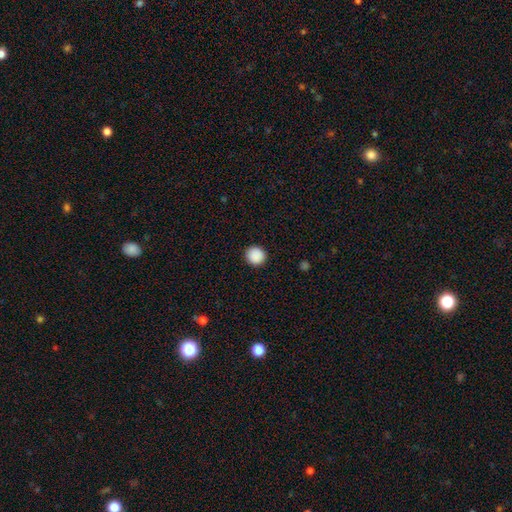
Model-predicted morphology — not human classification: A smooth galaxy with no disk features (90%) that is round (93%).

Vote fractions:
- Smooth or featured? smooth: 90% / star or artifact: 8% / featured or disk: 2%
- How rounded? round: 93% / in between: 6% / cigar-shaped: 1%
- Merging? none: 92% / minor disturbance: 5% / major disturbance: 2% / merger: 1%